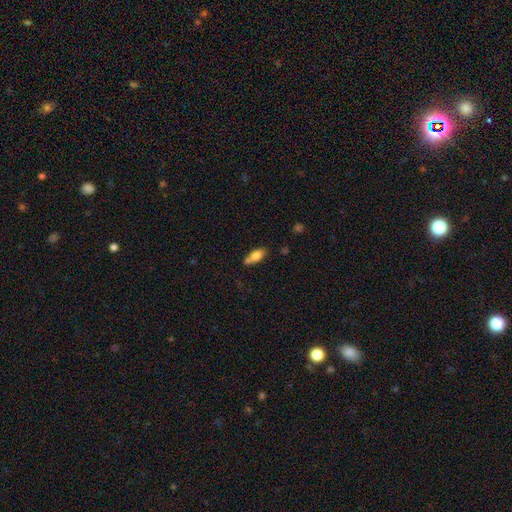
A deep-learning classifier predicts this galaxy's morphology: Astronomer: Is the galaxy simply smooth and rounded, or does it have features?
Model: smooth — 74%.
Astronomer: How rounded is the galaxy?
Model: in between — 79%.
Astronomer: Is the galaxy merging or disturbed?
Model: none — 60%.